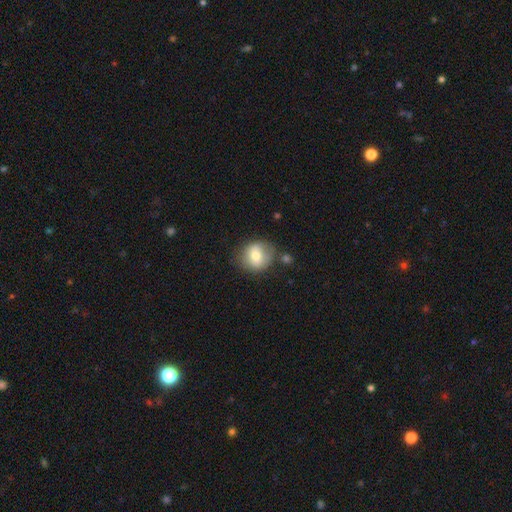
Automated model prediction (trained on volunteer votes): Smooth or featured? smooth (69%)
How rounded? round (78%)
Merging? none (66%)